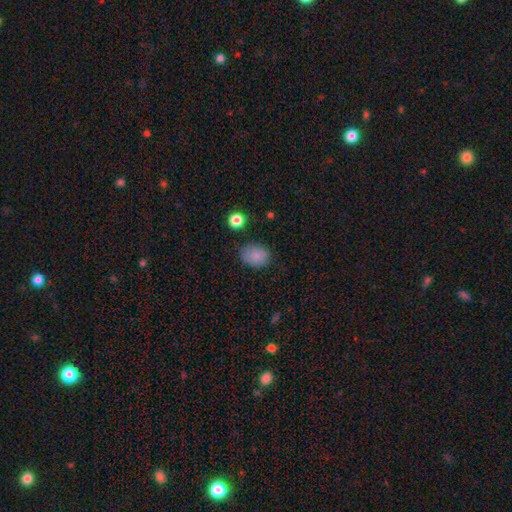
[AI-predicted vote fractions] Q: Smooth or featured?
A: smooth (85%); runner-up: star or artifact (9%)
Q: How rounded?
A: in between (54%); runner-up: round (45%)
Q: Merging?
A: none (77%); runner-up: minor disturbance (17%)